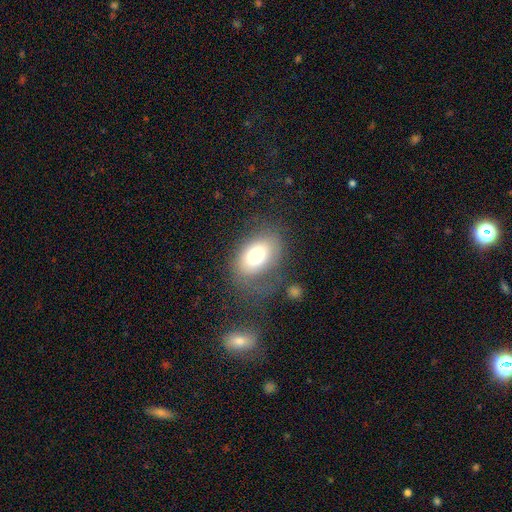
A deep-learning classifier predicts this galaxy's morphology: Smooth or featured? Predicted: smooth (p=0.75). How rounded? Predicted: in between (p=0.88). Merging? Predicted: none (p=0.62).